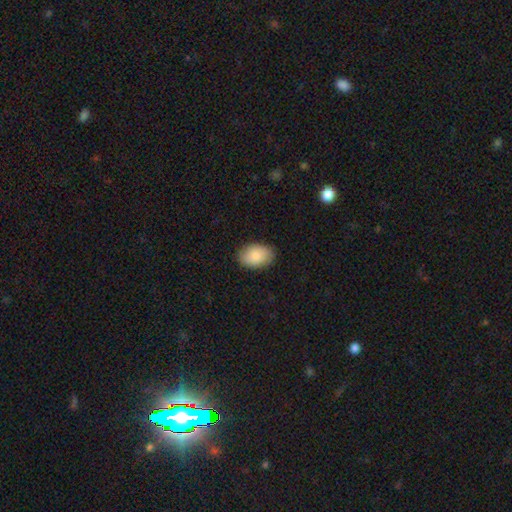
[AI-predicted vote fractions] A smooth galaxy with no disk features (87%) that is in between round and cigar-shaped (89%). Merging: none (87%).